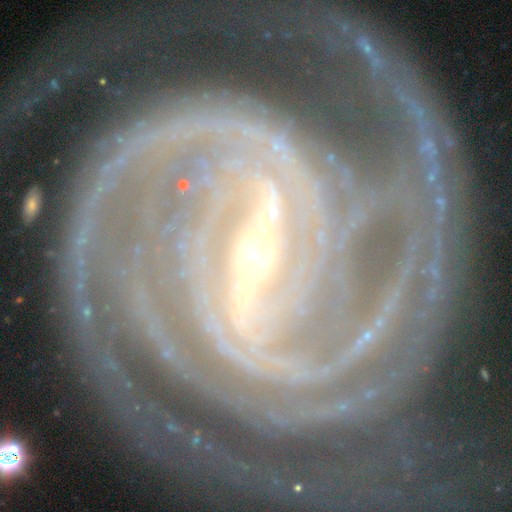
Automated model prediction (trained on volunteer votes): Q: Smooth or featured?
A: featured or disk (94%); runner-up: star or artifact (4%)
Q: Edge-on disk?
A: no (98%); runner-up: yes (2%)
Q: Bar?
A: strong (67%); runner-up: weak (23%)
Q: Spiral arms?
A: yes (99%); runner-up: no (1%)
Q: Spiral winding?
A: tight (67%); runner-up: medium (27%)
Q: Spiral arm count?
A: 2 (34%); runner-up: 3 (18%)
Q: Bulge size?
A: small (83%); runner-up: moderate (13%)
Q: Merging?
A: none (62%); runner-up: minor disturbance (18%)